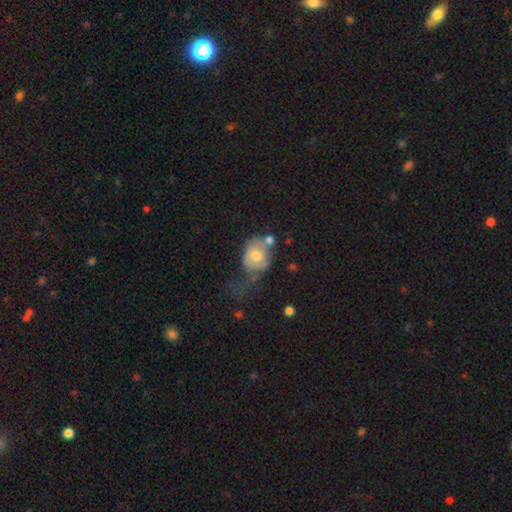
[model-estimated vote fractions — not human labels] This is possibly a smooth galaxy (53%). How rounded: possibly in between (51%). Merging: marginally major disturbance (38%).